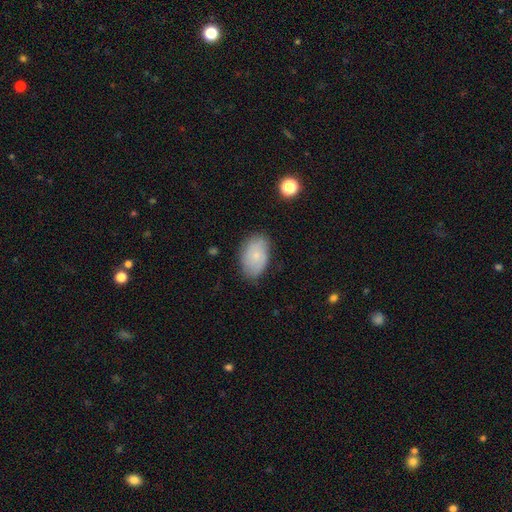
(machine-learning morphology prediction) This appears to be a smooth galaxy with no disk features (63%) that is in between round and cigar-shaped (88%). Merging: none (76%).